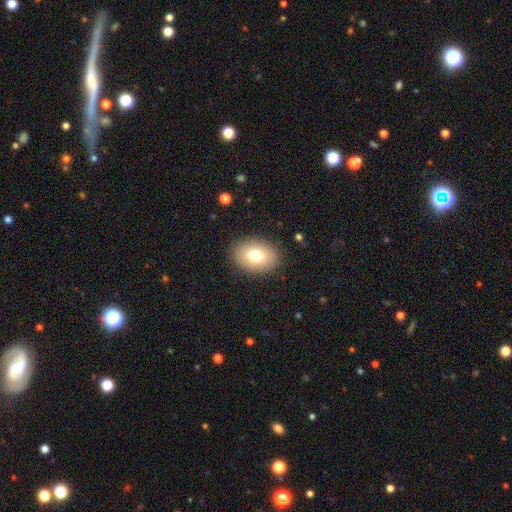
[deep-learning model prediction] Overall: smooth (76%). How rounded: in between (76%). Merging: none (87%).